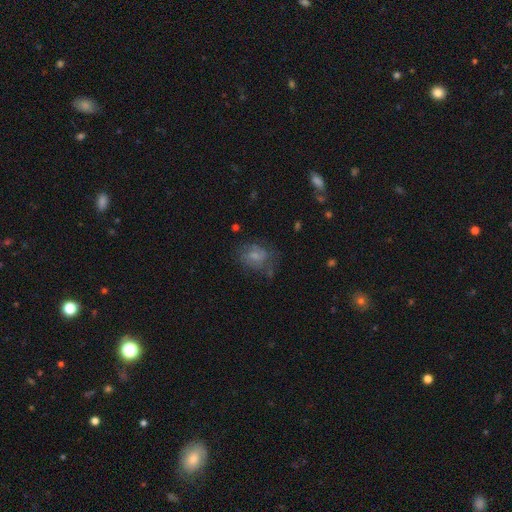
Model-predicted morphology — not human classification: smooth_or_featured: smooth (p=0.45) [alt: featured or disk p=0.43]
merging: none (p=0.49) [alt: minor disturbance p=0.26]